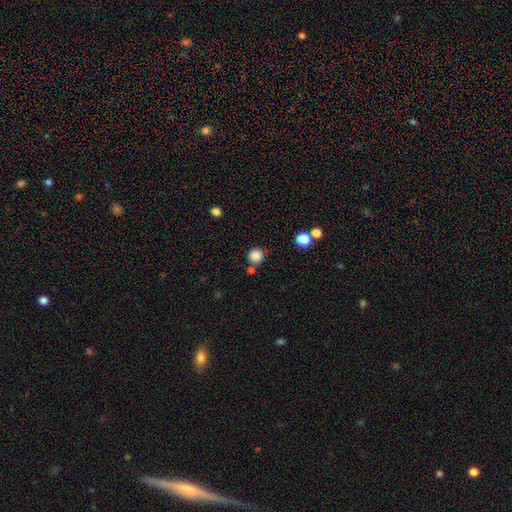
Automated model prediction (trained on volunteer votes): smooth_or_featured: smooth (p=0.85) [alt: star or artifact p=0.12]
how_rounded: round (p=0.94) [alt: in between p=0.05]
merging: none (p=0.78) [alt: minor disturbance p=0.10]